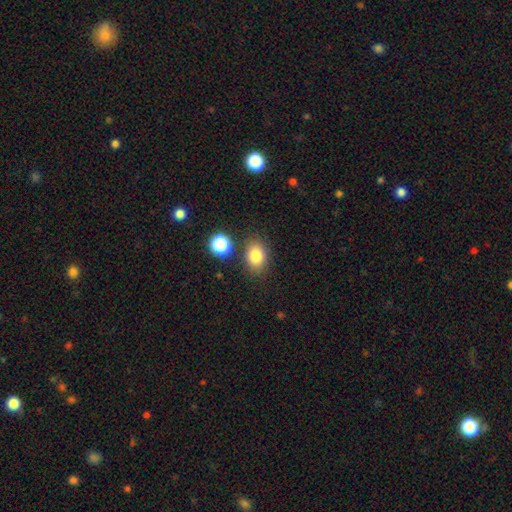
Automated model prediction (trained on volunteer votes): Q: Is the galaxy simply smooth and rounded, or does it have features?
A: smooth — 81%.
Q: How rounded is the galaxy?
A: in between — 65%.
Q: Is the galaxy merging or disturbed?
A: none — 81%.